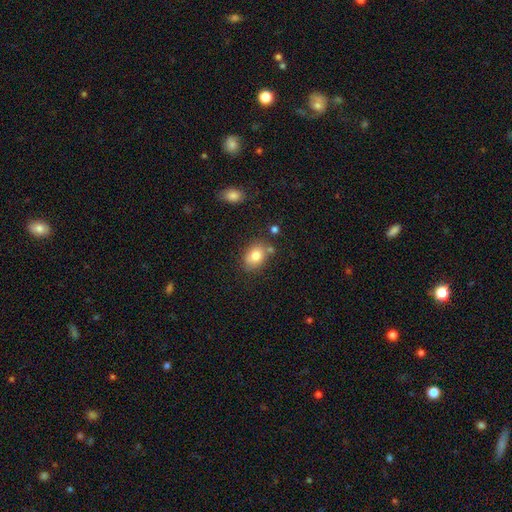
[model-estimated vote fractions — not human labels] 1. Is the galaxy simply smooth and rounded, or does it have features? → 81% smooth, 11% featured or disk, 9% star or artifact.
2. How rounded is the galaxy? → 70% in between, 28% round, 1% cigar-shaped.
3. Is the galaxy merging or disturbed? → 73% none, 16% minor disturbance, 8% merger, 4% major disturbance.